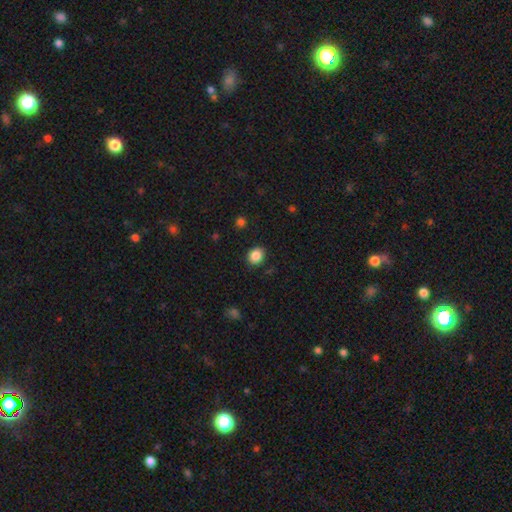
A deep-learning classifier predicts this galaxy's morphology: Smooth or featured: smooth — 86% (star or artifact — 10%)
How rounded: round — 61% (in between — 38%)
Merging: none — 88% (minor disturbance — 8%)